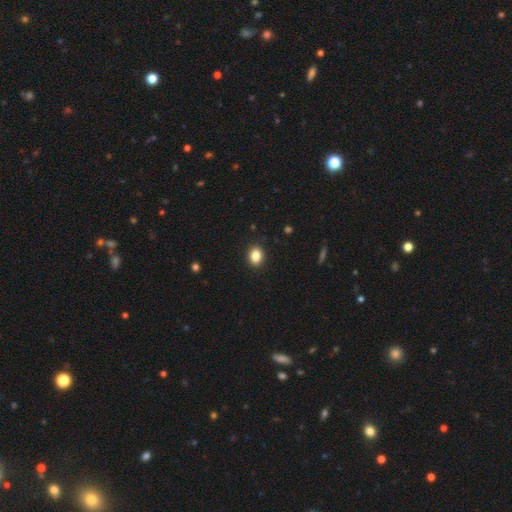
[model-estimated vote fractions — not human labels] Smooth or featured: smooth — 85% (star or artifact — 9%)
How rounded: in between — 59% (round — 39%)
Merging: none — 90% (minor disturbance — 7%)